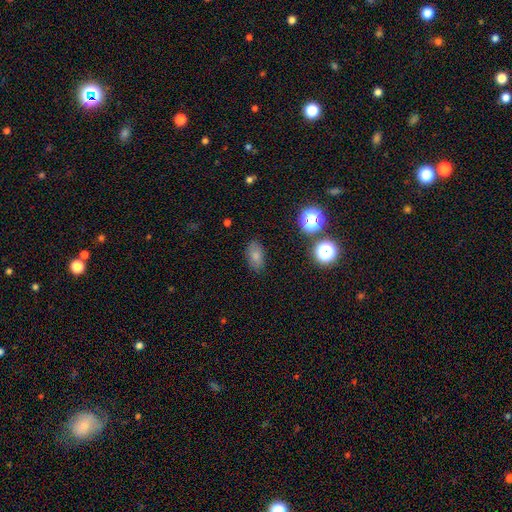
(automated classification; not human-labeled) Smooth or featured?
  - smooth: 76% *
  - star or artifact: 13%
  - featured or disk: 11%
How rounded?
  - in between: 89% *
  - round: 8%
  - cigar-shaped: 3%
Merging?
  - none: 83% *
  - minor disturbance: 12%
  - major disturbance: 3%
  - merger: 2%